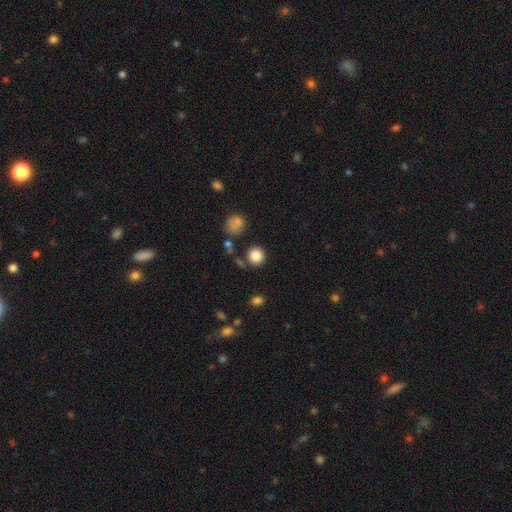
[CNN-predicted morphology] smooth-or-featured: smooth: 84% | star or artifact: 11% | featured or disk: 5%
  how-rounded: round: 91% | in between: 8% | cigar-shaped: 1%
  merging: none: 83% | minor disturbance: 8% | merger: 5% | major disturbance: 3%